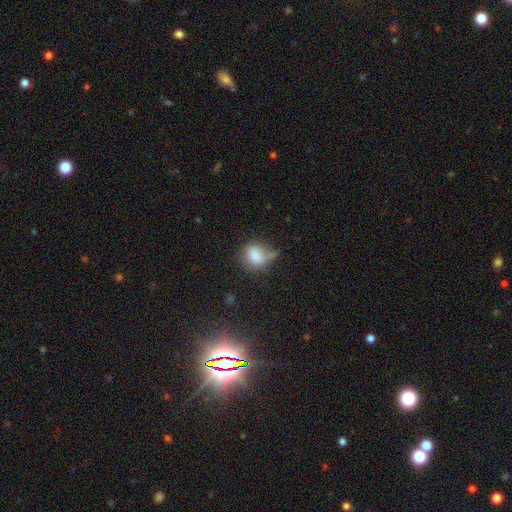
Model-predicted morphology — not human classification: This is likely a smooth galaxy (77%). How rounded: possibly in between (58%). Merging: marginally none (35%).